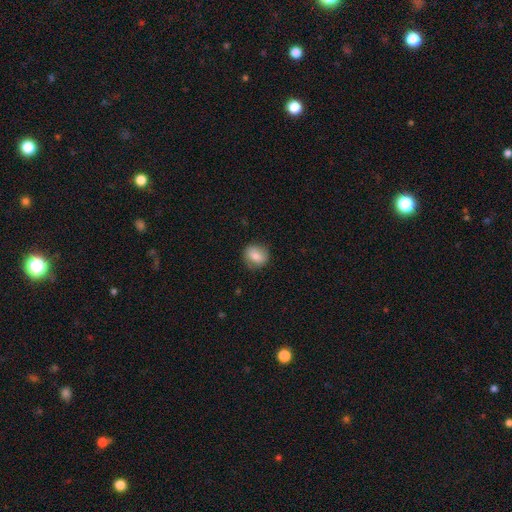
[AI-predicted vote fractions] smooth 77%, featured or disk 15%, star or artifact 8%. Down the decision tree: how rounded — round (75%); merging — none (81%).